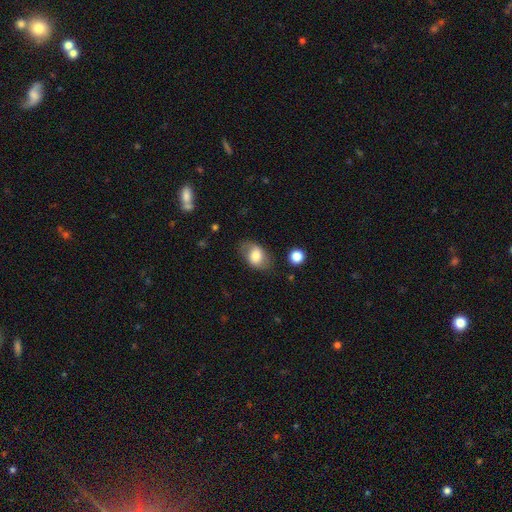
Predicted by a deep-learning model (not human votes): Smooth or featured? Predicted: smooth (p=0.72). How rounded? Predicted: in between (p=0.82). Merging? Predicted: none (p=0.66).